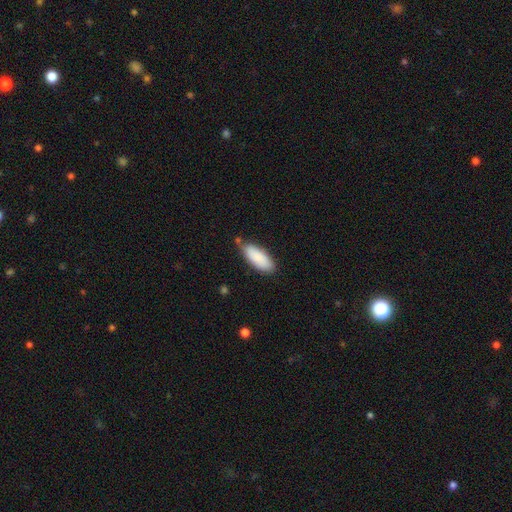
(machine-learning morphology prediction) type=smooth (88%); roundness=in between (75%); merging=none (70%).